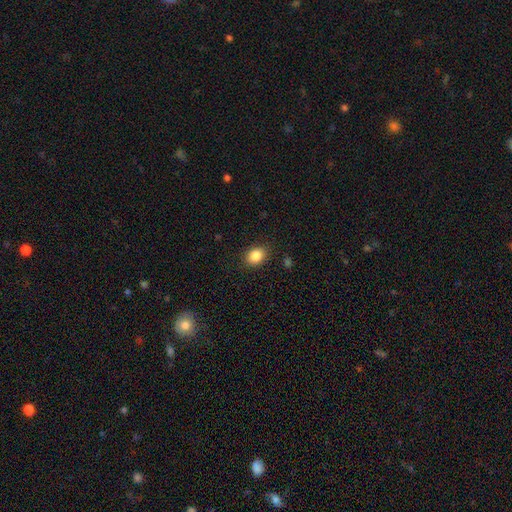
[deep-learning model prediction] smooth_or_featured: smooth (p=0.86) [alt: star or artifact p=0.09]
how_rounded: in between (p=0.57) [alt: round p=0.42]
merging: none (p=0.87) [alt: minor disturbance p=0.09]